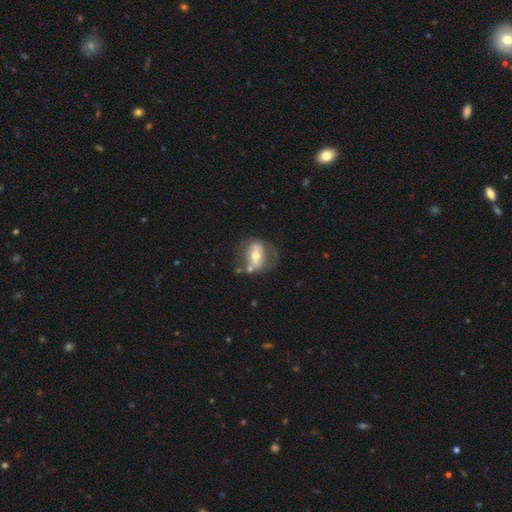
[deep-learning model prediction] featured or disk 56%, smooth 36%, star or artifact 8%. Down the decision tree: edge-on disk — no (91%); bar — strong (38%); spiral arms — no (62%); bulge size — moderate (67%); merging — none (43%).